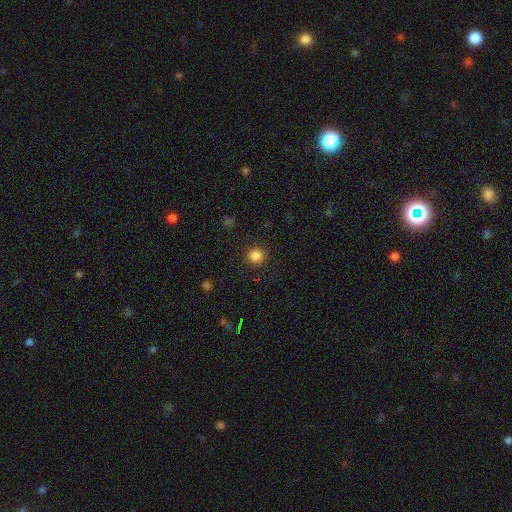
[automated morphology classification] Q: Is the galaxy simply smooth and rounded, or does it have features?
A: smooth — 85%.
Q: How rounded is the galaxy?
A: round — 94%.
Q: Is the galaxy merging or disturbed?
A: none — 91%.